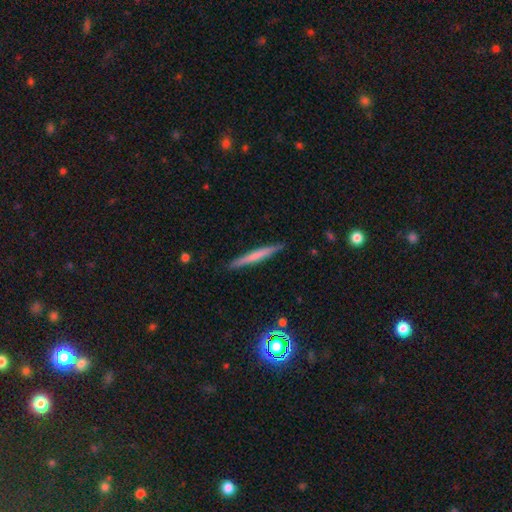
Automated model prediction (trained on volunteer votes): Smooth or featured: smooth — 55% (featured or disk — 38%)
How rounded: cigar-shaped — 96% (in between — 2%)
Merging: none — 91% (minor disturbance — 7%)